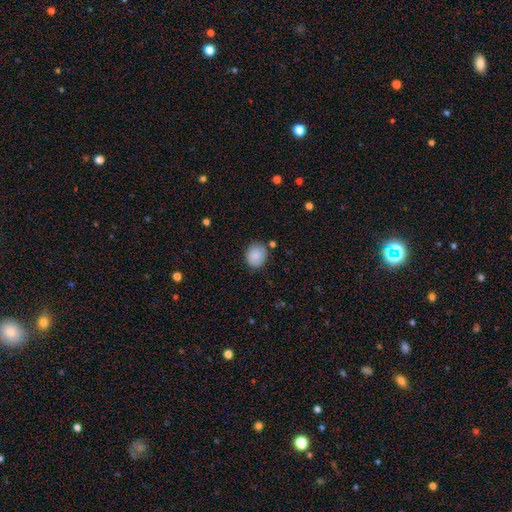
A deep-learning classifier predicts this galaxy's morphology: Smooth or featured? Predicted: smooth (p=0.87). How rounded? Predicted: round (p=0.67). Merging? Predicted: none (p=0.79).